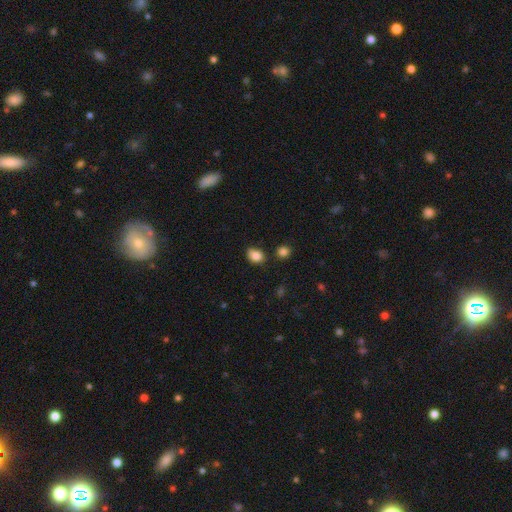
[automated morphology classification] Q: Smooth or featured?
A: smooth (84%); runner-up: star or artifact (10%)
Q: How rounded?
A: in between (60%); runner-up: round (39%)
Q: Merging?
A: none (64%); runner-up: minor disturbance (26%)